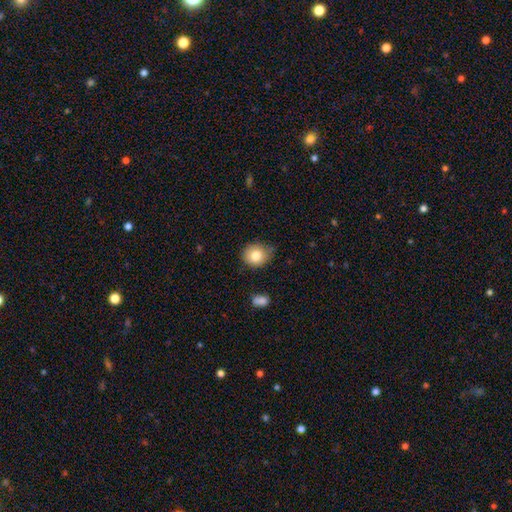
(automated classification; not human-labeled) A smooth galaxy with no disk features (81%) that is round (80%). Merging: none (71%).